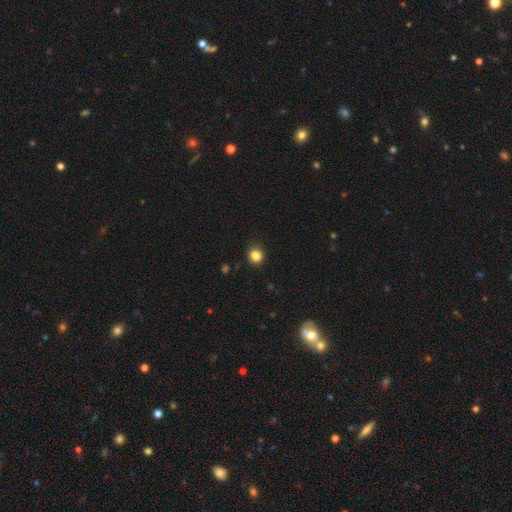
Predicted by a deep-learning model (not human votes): Q: Smooth or featured?
A: smooth (84%); runner-up: star or artifact (11%)
Q: How rounded?
A: round (81%); runner-up: in between (18%)
Q: Merging?
A: none (86%); runner-up: minor disturbance (10%)